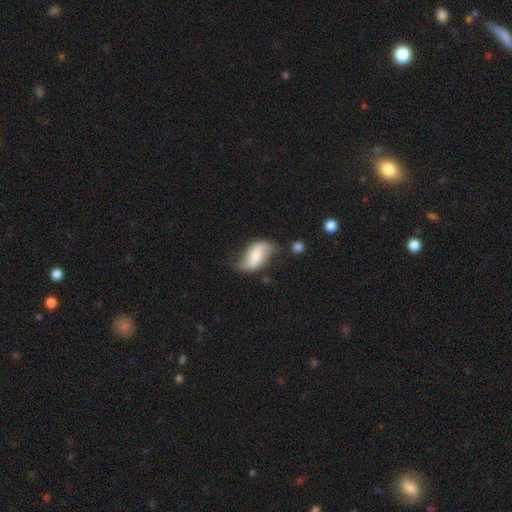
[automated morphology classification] Overall: featured or disk (56%; smooth 38%). Edge-on disk: no (92%). Bar: weak (37%; strong 36%). Spiral arms: yes (83%). Bulge size: moderate (40%; small 38%). Merging: none (55%; minor disturbance 28%).